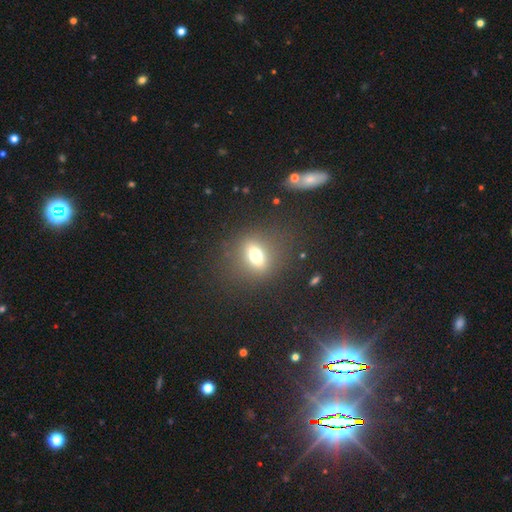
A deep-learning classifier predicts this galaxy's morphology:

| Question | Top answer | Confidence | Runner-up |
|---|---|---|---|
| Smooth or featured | smooth | 66% | featured or disk (19%) |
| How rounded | in between | 52% | round (43%) |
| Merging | none | 83% | minor disturbance (10%) |